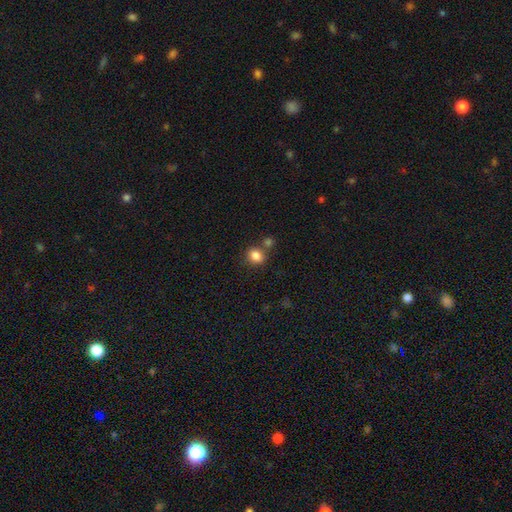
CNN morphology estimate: type=smooth (84%); roundness=round (65%); merging=none (65%).